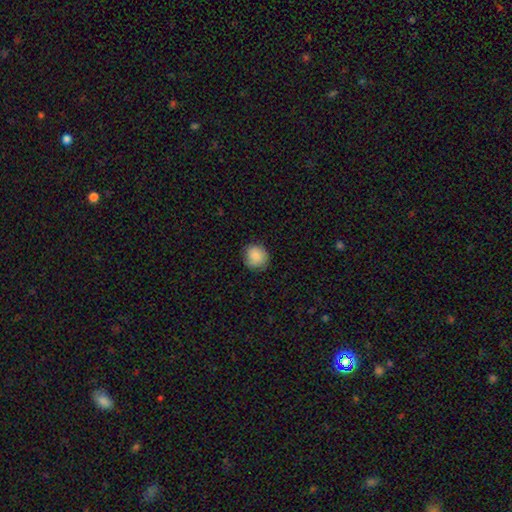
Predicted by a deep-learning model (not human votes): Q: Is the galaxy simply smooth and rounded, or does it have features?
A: smooth — 86%.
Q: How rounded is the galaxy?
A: round — 85%.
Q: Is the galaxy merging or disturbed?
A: none — 80%.